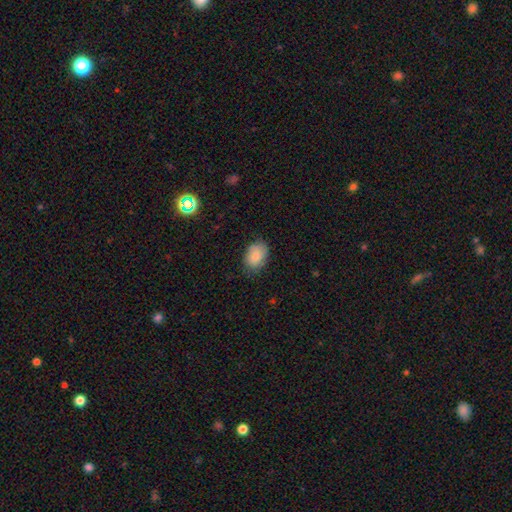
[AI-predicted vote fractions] Morphology: type=smooth (84%); roundness=in between (79%); merging=none (76%).